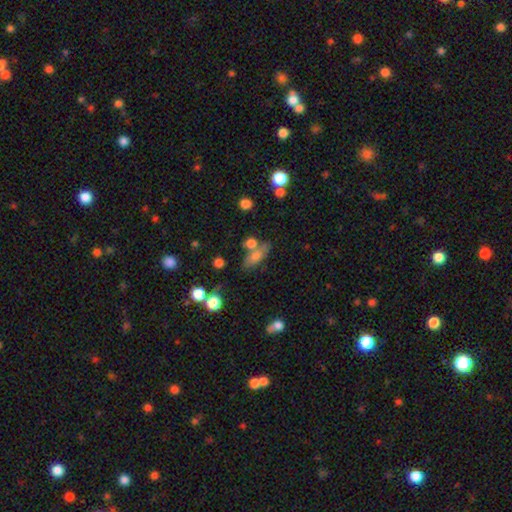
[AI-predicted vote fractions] Smooth or featured: smooth — 68% (featured or disk — 21%)
How rounded: in between — 65% (cigar-shaped — 25%)
Merging: none — 52% (merger — 26%)